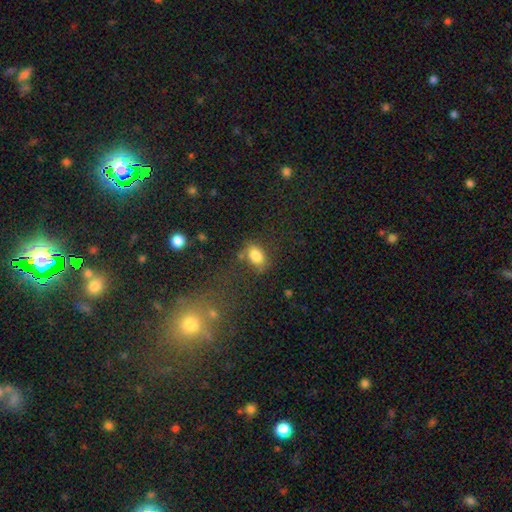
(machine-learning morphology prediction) Smooth or featured? Predicted: smooth (p=0.82). How rounded? Predicted: in between (p=0.82). Merging? Predicted: none (p=0.70).